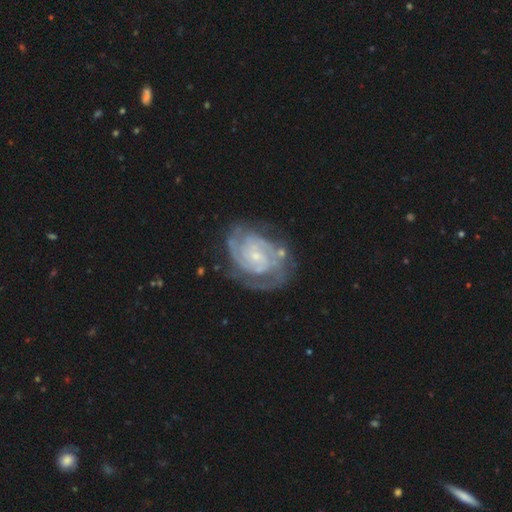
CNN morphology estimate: A featured or disk galaxy (88%) with no bar (64%), 2 (40%) tight (68%) spiral arms (97%) and a small central bulge (78%). Merging: none (68%).